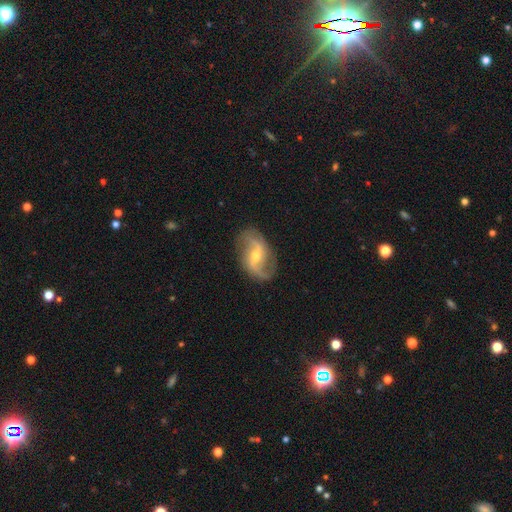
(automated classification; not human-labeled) A featured or disk galaxy (88%) with a weak bar (48%), 2 (89%) loose (56%) spiral arms (96%) and a moderate central bulge (54%).

Vote fractions:
- Smooth or featured? featured or disk: 88% / smooth: 7% / star or artifact: 5%
- Edge-on disk? no: 97% / yes: 3%
- Bar? weak: 48% / no: 27% / strong: 25%
- Spiral arms? yes: 96% / no: 4%
- Spiral winding? loose: 56% / medium: 34% / tight: 10%
- Spiral arm count? 2: 89% / can't tell: 4% / 1: 3% / 3: 2% / 4: 1% / more than 4: 1%
- Bulge size? moderate: 54% / small: 42% / large: 2% / none: 1% / dominant: 1%
- Merging? none: 79% / minor disturbance: 14% / major disturbance: 5% / merger: 1%